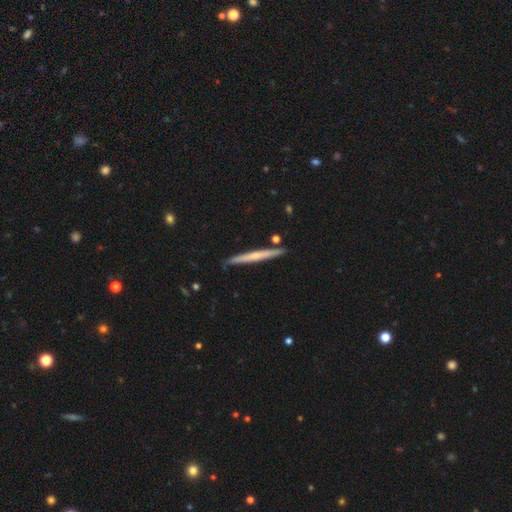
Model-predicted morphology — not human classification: A featured or disk galaxy (52%) viewed edge-on (97%). Merging: none (88%).